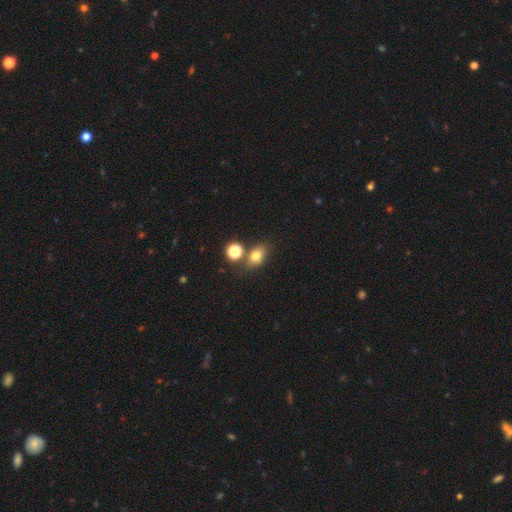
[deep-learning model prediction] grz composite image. It shows a smooth galaxy with no disk features (76%) that is in between round and cigar-shaped (67%). Merging: none (65%).